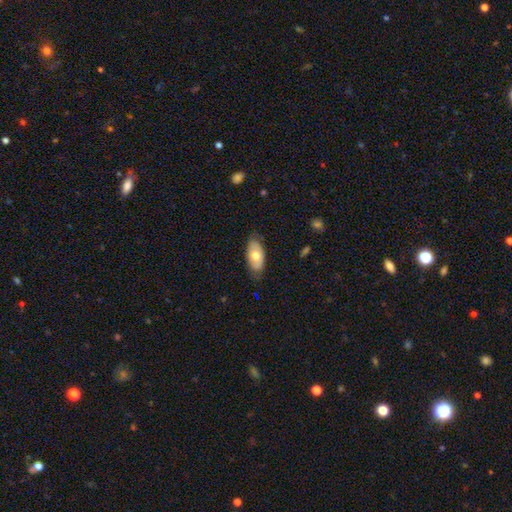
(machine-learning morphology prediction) This appears to be a smooth galaxy with no disk features (65%) that is in between round and cigar-shaped (92%). Merging: none (78%).